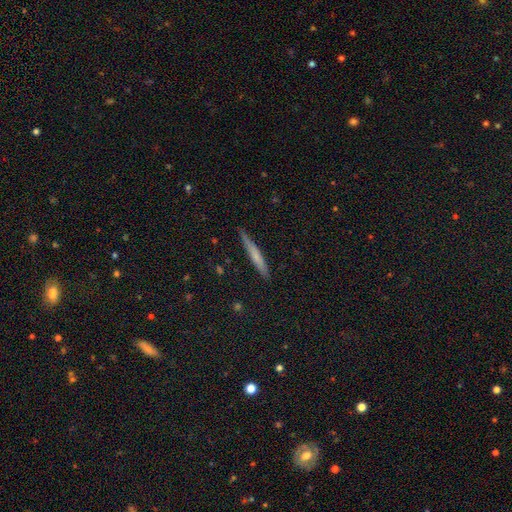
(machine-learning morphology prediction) Smooth or featured? smooth (56%)
How rounded? cigar-shaped (96%)
Merging? none (86%)